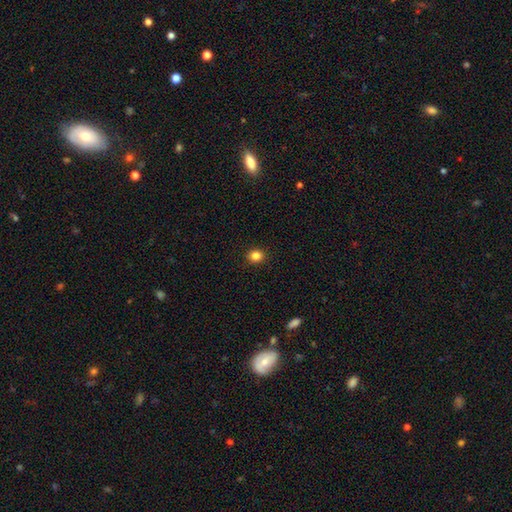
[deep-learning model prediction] This appears to be a smooth galaxy with no disk features (84%) that is round (82%). Merging: none (91%).